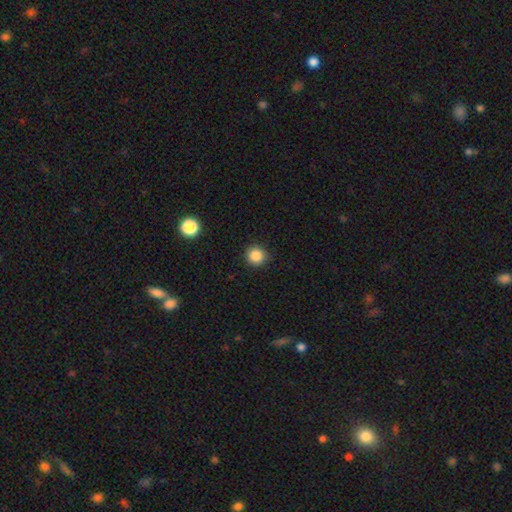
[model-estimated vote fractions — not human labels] smooth_or_featured: smooth (p=0.85) [alt: star or artifact p=0.11]
how_rounded: round (p=0.94) [alt: in between p=0.05]
merging: none (p=0.90) [alt: minor disturbance p=0.07]